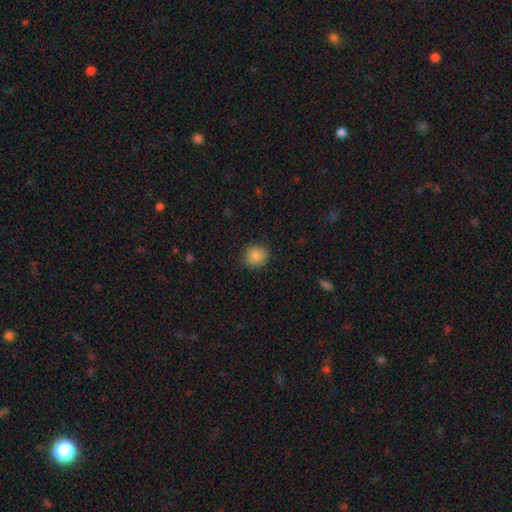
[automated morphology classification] smooth_or_featured: smooth (p=0.87) [alt: star or artifact p=0.09]
how_rounded: round (p=0.87) [alt: in between p=0.12]
merging: none (p=0.88) [alt: minor disturbance p=0.08]